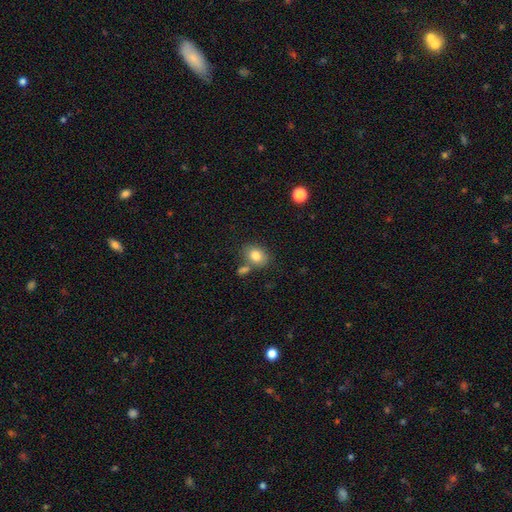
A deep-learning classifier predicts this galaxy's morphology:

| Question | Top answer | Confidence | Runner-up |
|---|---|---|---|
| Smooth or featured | smooth | 81% | featured or disk (10%) |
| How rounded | in between | 59% | round (40%) |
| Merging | none | 63% | merger (19%) |